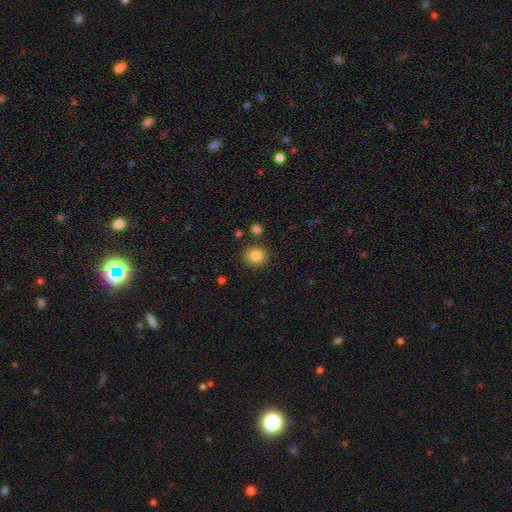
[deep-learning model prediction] A smooth galaxy with no disk features (84%) that is round (86%).

Vote fractions:
- Smooth or featured? smooth: 84% / star or artifact: 11% / featured or disk: 5%
- How rounded? round: 86% / in between: 13% / cigar-shaped: 1%
- Merging? none: 87% / minor disturbance: 8% / merger: 3% / major disturbance: 2%